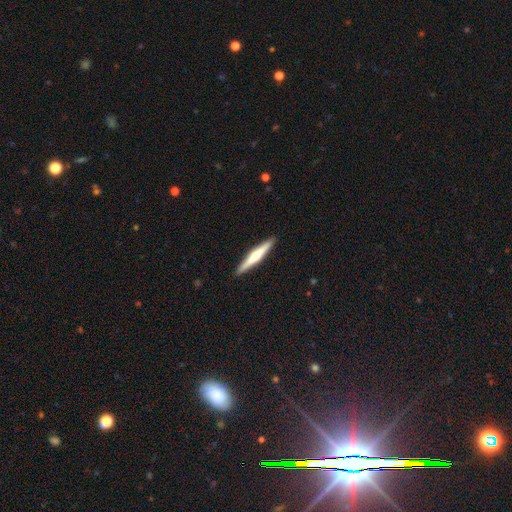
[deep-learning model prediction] Smooth or featured?
  - featured or disk: 53% *
  - smooth: 42%
  - star or artifact: 5%
Edge-on disk?
  - yes: 98% *
  - no: 2%
Edge-on bulge?
  - rounded: 67% *
  - none: 21%
  - boxy: 13%
Merging?
  - none: 92% *
  - minor disturbance: 6%
  - major disturbance: 1%
  - merger: 1%